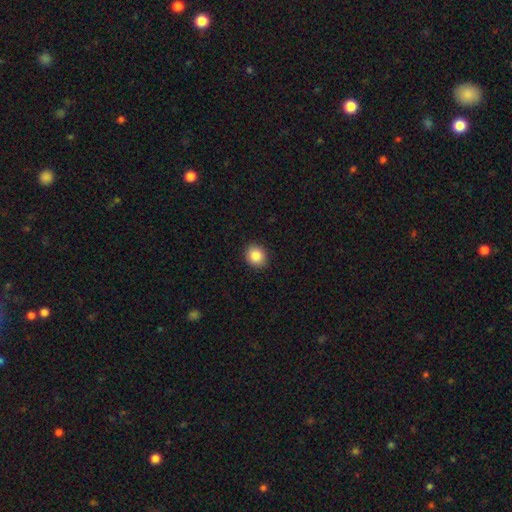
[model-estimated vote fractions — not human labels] smooth_or_featured: smooth (p=0.86) [alt: star or artifact p=0.09]
how_rounded: round (p=0.75) [alt: in between p=0.24]
merging: none (p=0.91) [alt: minor disturbance p=0.06]